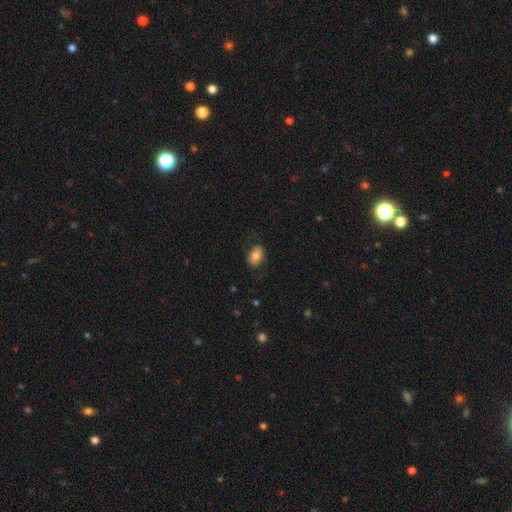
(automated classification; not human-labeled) Overall: smooth (79%). How rounded: in between (85%). Merging: none (78%).